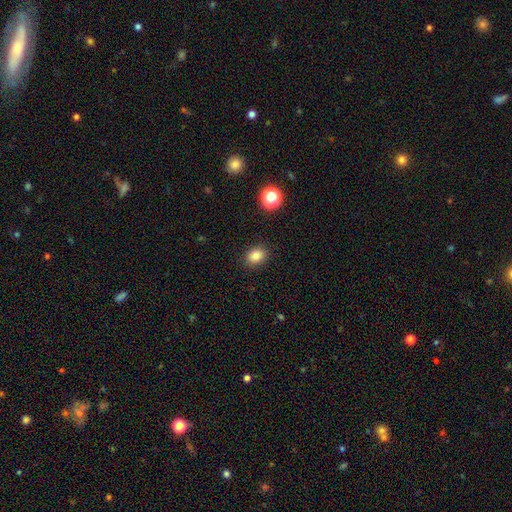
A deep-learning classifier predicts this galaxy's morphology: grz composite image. It shows a smooth galaxy with no disk features (84%) that is in between round and cigar-shaped (62%). Merging: none (88%).